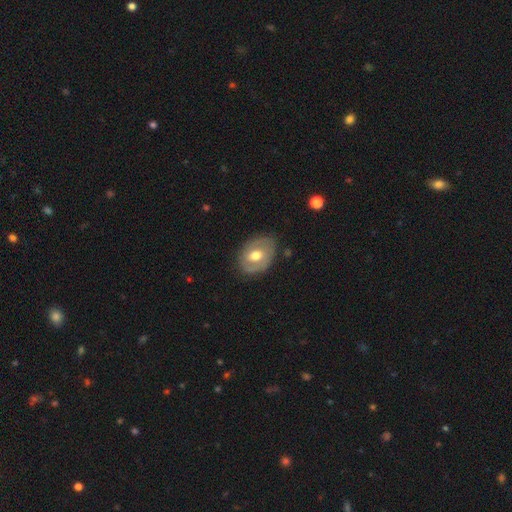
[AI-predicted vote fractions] featured or disk 50%, smooth 45%, star or artifact 6%. Down the decision tree: merging — none (75%).